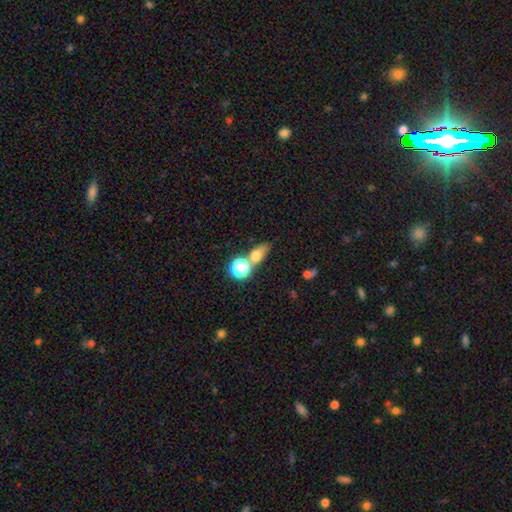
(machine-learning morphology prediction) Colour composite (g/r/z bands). It shows a smooth galaxy with no disk features (67%) that is in between round and cigar-shaped (61%). Merging: none (50%).